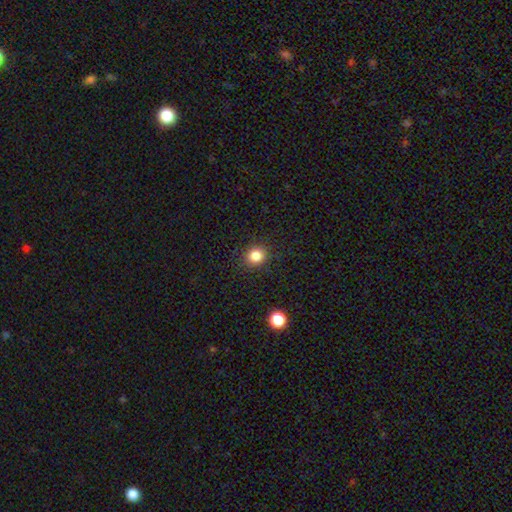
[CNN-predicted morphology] Smooth or featured: smooth — 84% (star or artifact — 12%)
How rounded: round — 85% (in between — 14%)
Merging: none — 89% (minor disturbance — 7%)